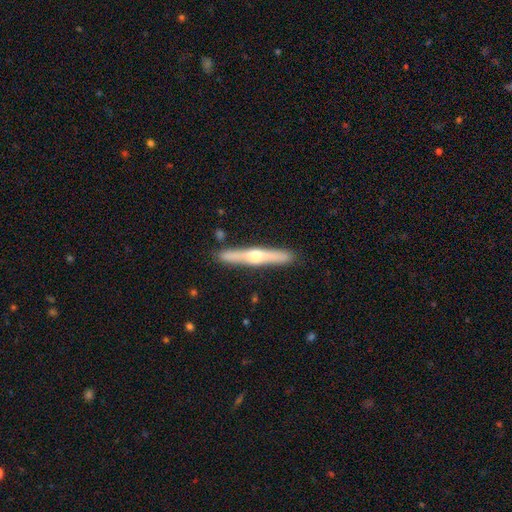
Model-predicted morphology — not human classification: Smooth or featured? featured or disk (67%)
Edge-on disk? yes (97%)
Edge-on bulge? rounded (88%)
Merging? none (88%)